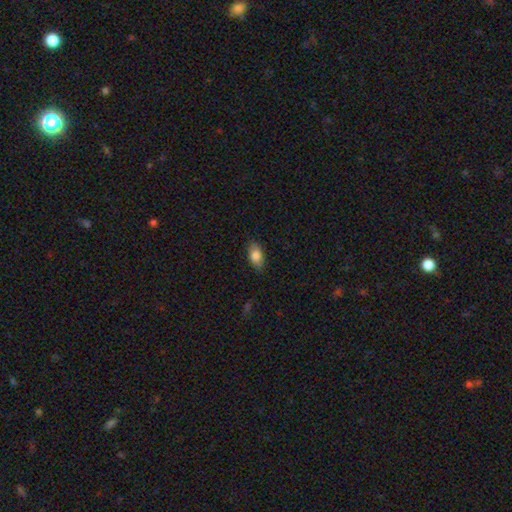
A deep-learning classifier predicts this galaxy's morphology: Overall: smooth (83%). How rounded: in between (91%). Merging: none (85%).